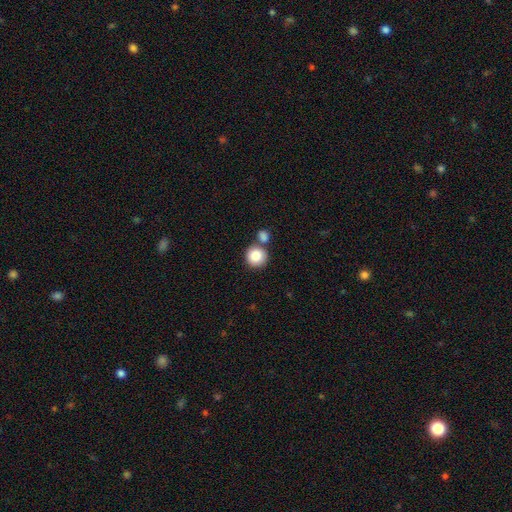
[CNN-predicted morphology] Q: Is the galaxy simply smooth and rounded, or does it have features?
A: smooth — 86%.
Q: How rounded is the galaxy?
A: round — 91%.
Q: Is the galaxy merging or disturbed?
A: none — 57%.